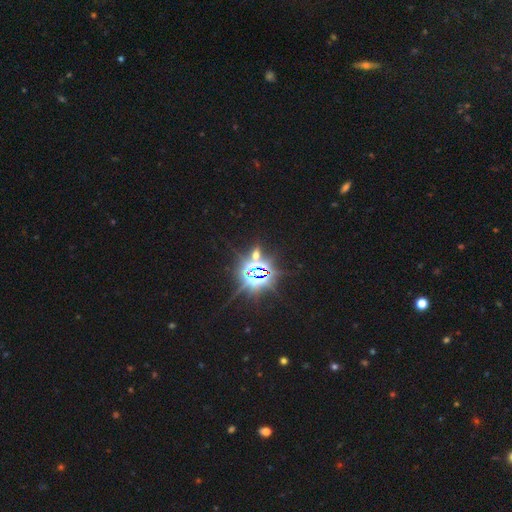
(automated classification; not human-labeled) Q: Smooth or featured?
A: star or artifact (83%); runner-up: featured or disk (9%)